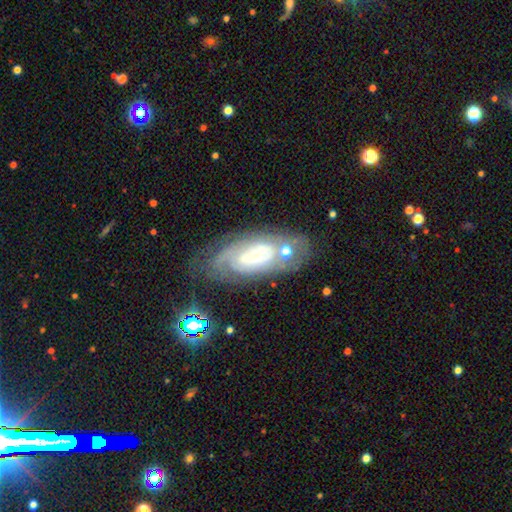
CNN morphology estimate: The model was most divided on "spiral arm count": can't tell: 54%, 2: 23%, 3: 9%, 1: 5%, 4: 5%, more than 4: 4%. More confident: edge-on disk — no (93%); spiral arms — yes (81%); smooth or featured — featured or disk (75%); bulge size — small (73%); bar — no (73%); spiral winding — tight (69%); merging — none (59%).